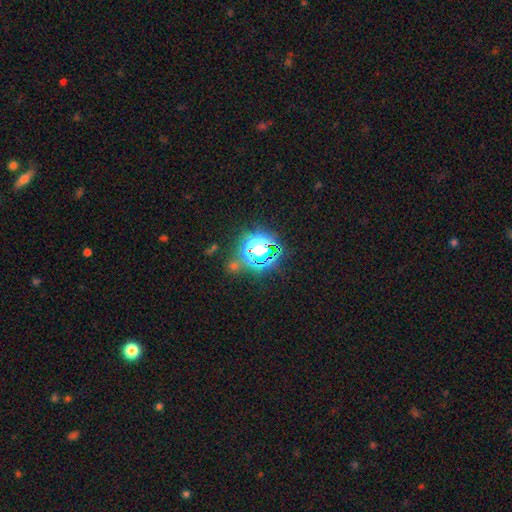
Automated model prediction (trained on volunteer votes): Morphology: type=star or artifact (80%).